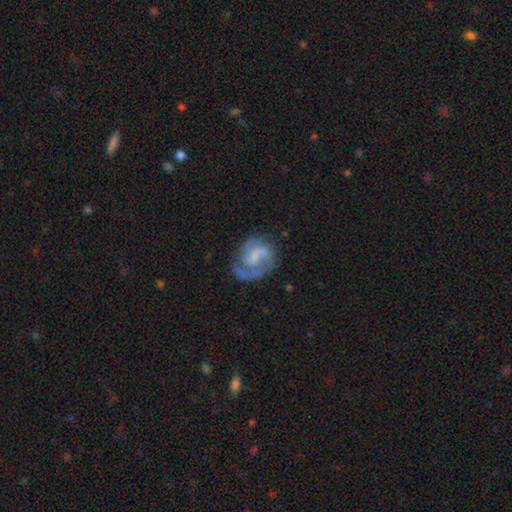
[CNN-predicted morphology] A featured or disk galaxy (81%) with a weak bar (49%), 2 (63%) medium (47%) spiral arms (94%) and no central bulge (40%).

Vote fractions:
- Smooth or featured? featured or disk: 81% / smooth: 13% / star or artifact: 6%
- Edge-on disk? no: 98% / yes: 2%
- Bar? weak: 49% / no: 35% / strong: 15%
- Spiral arms? yes: 94% / no: 6%
- Spiral winding? medium: 47% / tight: 37% / loose: 17%
- Spiral arm count? 2: 63% / 1: 20% / can't tell: 9% / 3: 5% / 4: 2% / more than 4: 2%
- Bulge size? none: 40% / small: 27% / moderate: 23% / large: 8% / dominant: 1%
- Merging? none: 61% / minor disturbance: 20% / major disturbance: 16% / merger: 3%